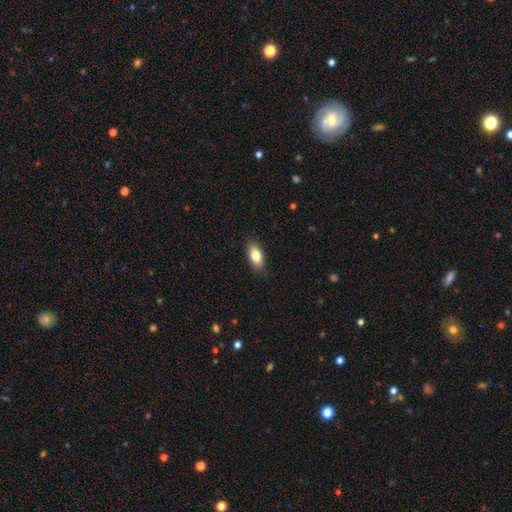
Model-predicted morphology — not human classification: smooth-or-featured: smooth: 81% | featured or disk: 12% | star or artifact: 7%
  how-rounded: in between: 86% | cigar-shaped: 10% | round: 4%
  merging: none: 85% | minor disturbance: 12% | major disturbance: 2% | merger: 1%